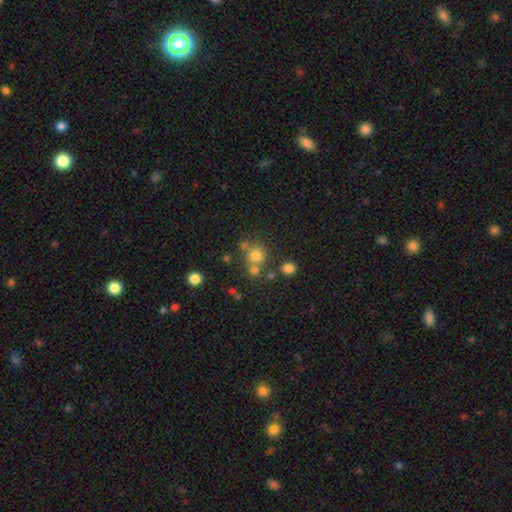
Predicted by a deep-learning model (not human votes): Smooth or featured?
  - smooth: 72% *
  - star or artifact: 18%
  - featured or disk: 10%
How rounded?
  - round: 87% *
  - in between: 12%
  - cigar-shaped: 1%
Merging?
  - none: 60% *
  - merger: 26%
  - minor disturbance: 10%
  - major disturbance: 4%